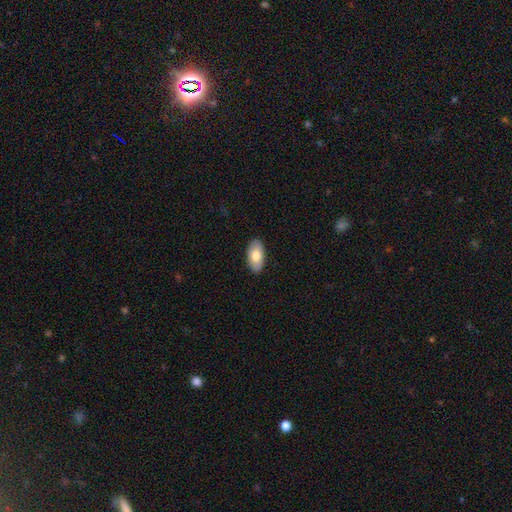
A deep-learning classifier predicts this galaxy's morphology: type=smooth (74%); roundness=in between (95%); merging=none (89%).